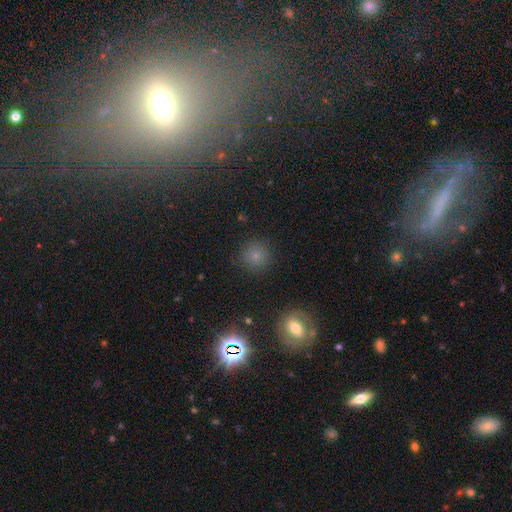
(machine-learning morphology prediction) Smooth or featured?
  - smooth: 74% *
  - star or artifact: 18%
  - featured or disk: 8%
How rounded?
  - round: 94% *
  - in between: 5%
  - cigar-shaped: 1%
Merging?
  - none: 88% *
  - minor disturbance: 7%
  - major disturbance: 3%
  - merger: 2%